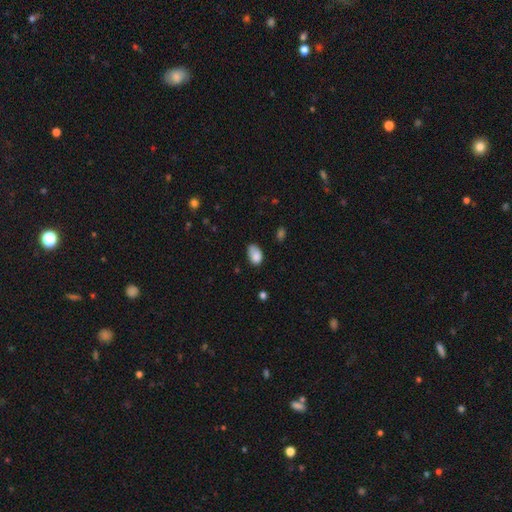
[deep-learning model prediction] Smooth or featured? smooth (83%)
How rounded? in between (86%)
Merging? none (46%)